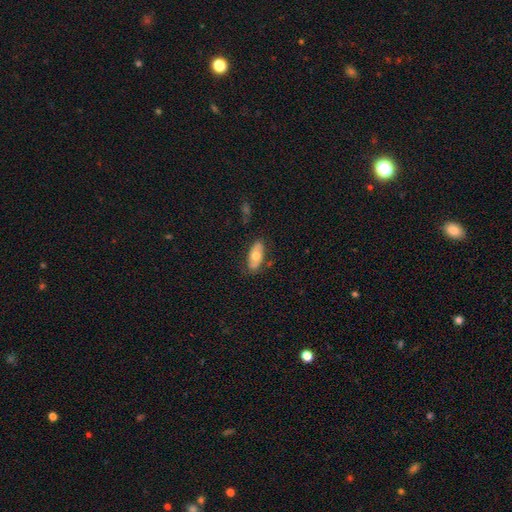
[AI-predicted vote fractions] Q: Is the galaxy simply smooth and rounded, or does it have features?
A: smooth — 60%.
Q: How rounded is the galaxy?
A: in between — 88%.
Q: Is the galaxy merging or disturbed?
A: none — 78%.